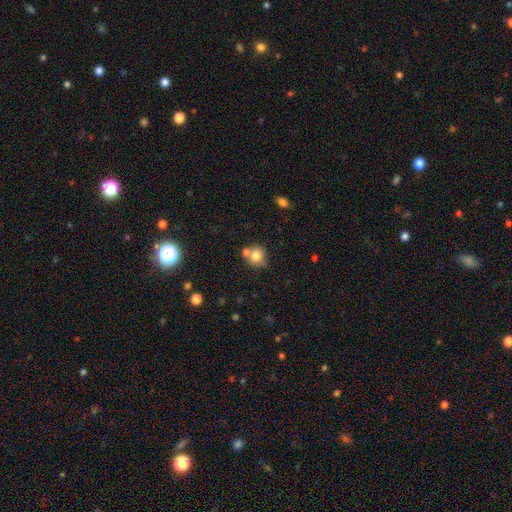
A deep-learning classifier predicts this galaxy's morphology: smooth 77%, featured or disk 12%, star or artifact 11%. Down the decision tree: how rounded — round (80%); merging — none (53%).